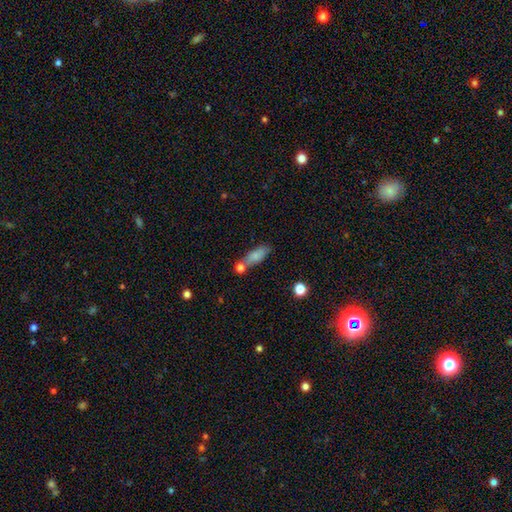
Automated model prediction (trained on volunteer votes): A smooth galaxy with no disk features (77%) that is in between round and cigar-shaped (61%).

Vote fractions:
- Smooth or featured? smooth: 77% / featured or disk: 15% / star or artifact: 8%
- How rounded? in between: 61% / cigar-shaped: 34% / round: 4%
- Merging? none: 54% / merger: 23% / minor disturbance: 17% / major disturbance: 6%